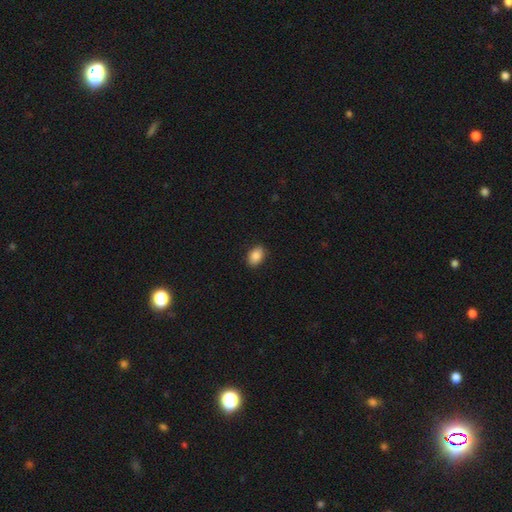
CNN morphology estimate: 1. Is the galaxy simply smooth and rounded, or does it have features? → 86% smooth, 8% star or artifact, 6% featured or disk.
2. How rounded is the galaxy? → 82% in between, 16% round, 1% cigar-shaped.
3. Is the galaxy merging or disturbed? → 88% none, 9% minor disturbance, 2% major disturbance, 1% merger.